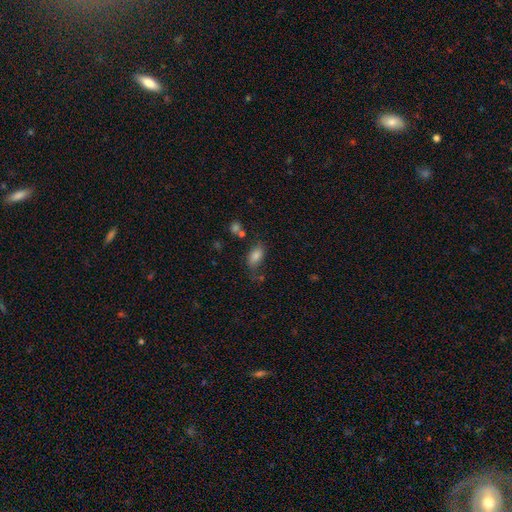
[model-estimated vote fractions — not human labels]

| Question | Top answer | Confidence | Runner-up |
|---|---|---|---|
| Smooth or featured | smooth | 79% | featured or disk (11%) |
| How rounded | in between | 90% | round (6%) |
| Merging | none | 62% | minor disturbance (21%) |